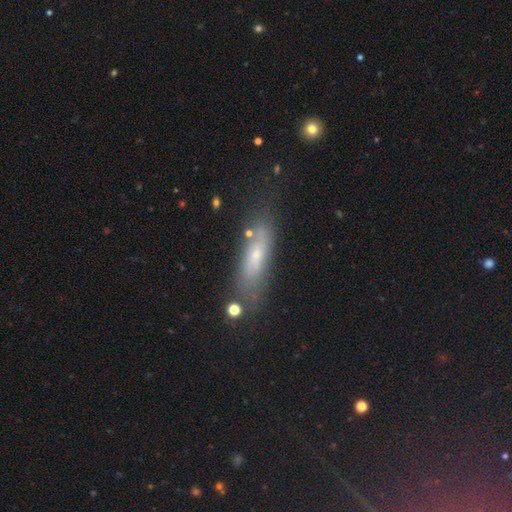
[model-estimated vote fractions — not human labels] The model was most divided on "smooth or featured": smooth: 53%, featured or disk: 36%, star or artifact: 11%. More confident: merging — none (70%); how rounded — cigar-shaped (63%).